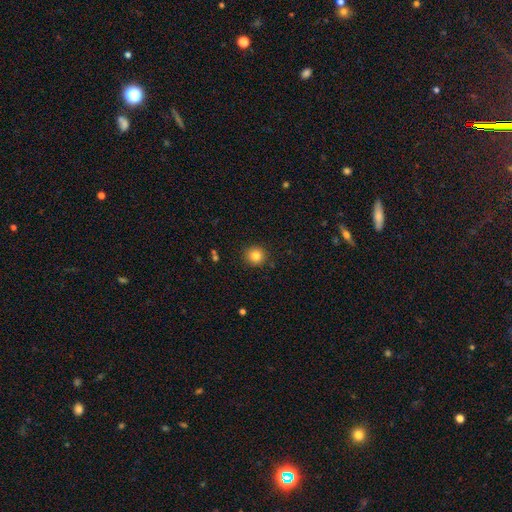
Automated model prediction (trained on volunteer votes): The model was most divided on "smooth or featured": smooth: 82%, star or artifact: 11%, featured or disk: 6%. More confident: how rounded — round (93%); merging — none (91%).